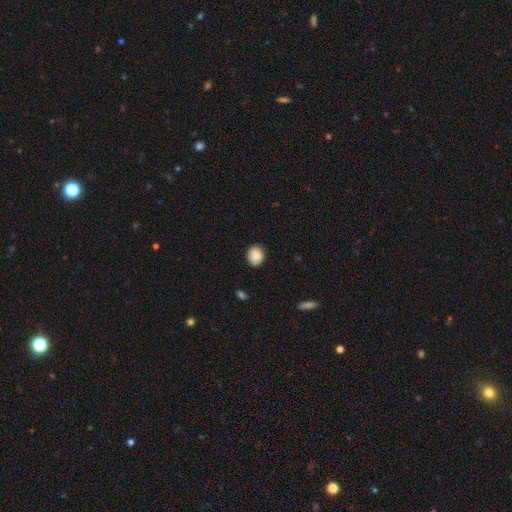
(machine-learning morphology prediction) Smooth or featured? Predicted: smooth (p=0.89). How rounded? Predicted: round (p=0.57). Merging? Predicted: none (p=0.88).